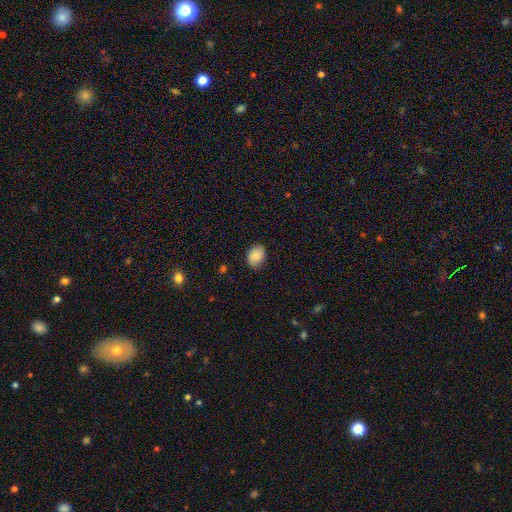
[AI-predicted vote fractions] The model was most divided on "how rounded": in between: 69%, round: 30%, cigar-shaped: 1%. More confident: smooth or featured — smooth (80%); merging — none (78%).